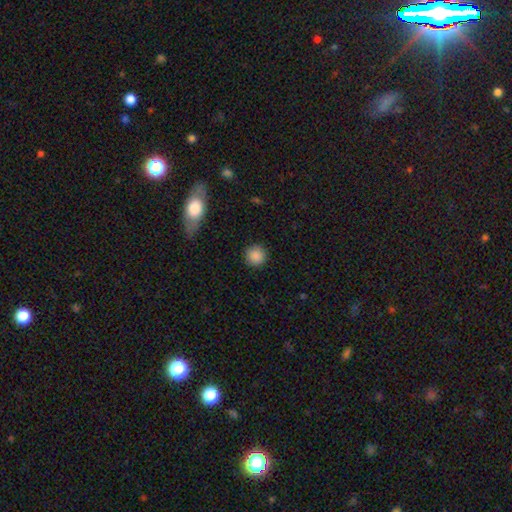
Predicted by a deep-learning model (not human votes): smooth-or-featured: smooth: 87% | star or artifact: 9% | featured or disk: 4%
  how-rounded: round: 94% | in between: 5% | cigar-shaped: 1%
  merging: none: 90% | minor disturbance: 7% | major disturbance: 2% | merger: 1%